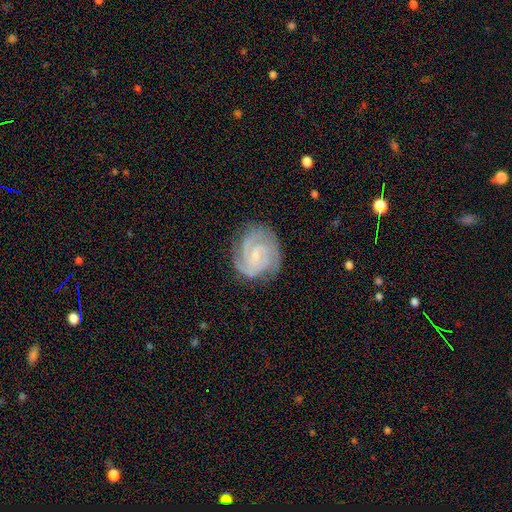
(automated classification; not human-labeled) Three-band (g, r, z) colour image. It shows a featured or disk galaxy (89%) with a weak bar (50%), 2 (44%) tight (67%) spiral arms (98%) and a small central bulge (70%). Merging: none (79%).